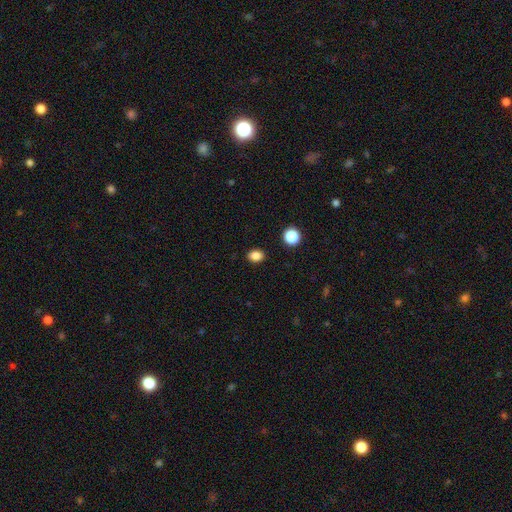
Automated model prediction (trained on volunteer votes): Q: Smooth or featured?
A: smooth (85%); runner-up: star or artifact (11%)
Q: How rounded?
A: in between (55%); runner-up: round (44%)
Q: Merging?
A: none (89%); runner-up: minor disturbance (7%)